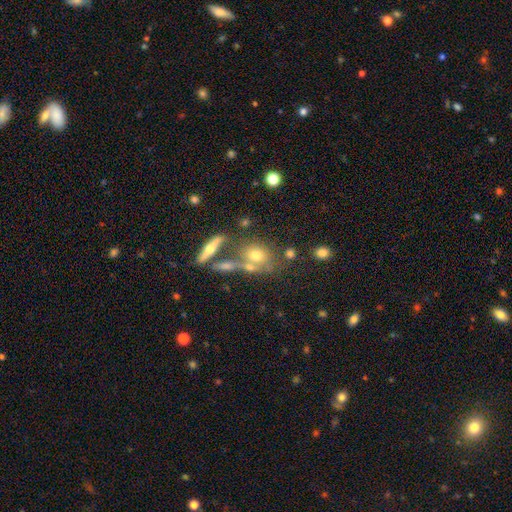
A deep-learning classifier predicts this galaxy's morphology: A smooth galaxy with no disk features (61%) that is in between round and cigar-shaped (52%).

Vote fractions:
- Smooth or featured? smooth: 61% / featured or disk: 26% / star or artifact: 13%
- How rounded? in between: 52% / round: 43% / cigar-shaped: 6%
- Merging? none: 49% / merger: 31% / minor disturbance: 13% / major disturbance: 7%